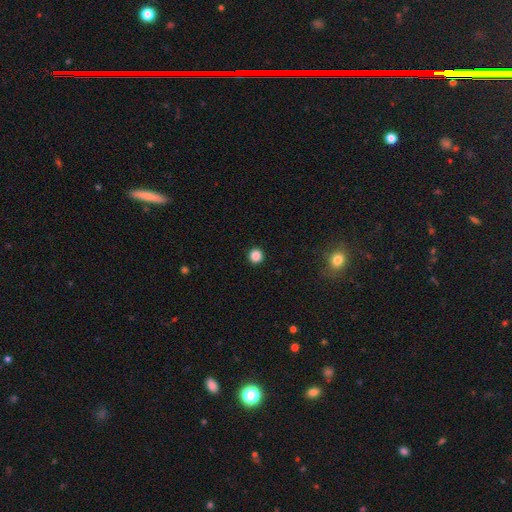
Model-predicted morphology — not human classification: The model was most divided on "smooth or featured": smooth: 86%, star or artifact: 11%, featured or disk: 3%. More confident: how rounded — round (95%); merging — none (93%).